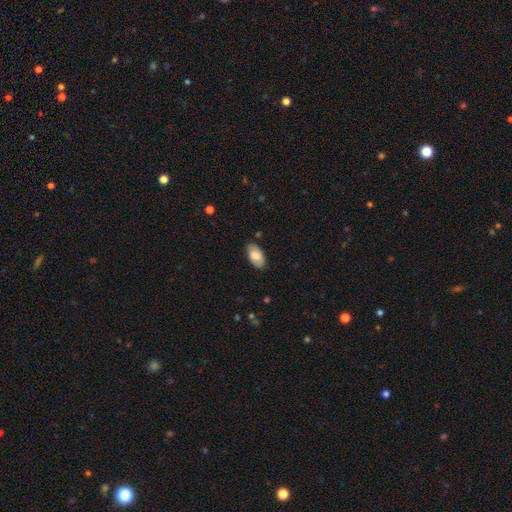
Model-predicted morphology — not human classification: type=smooth (78%); roundness=in between (95%); merging=none (83%).